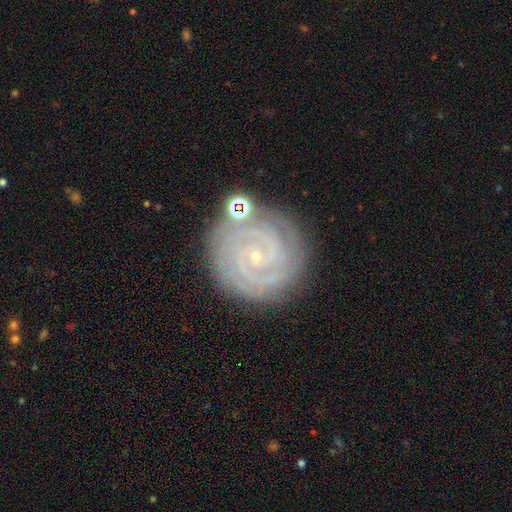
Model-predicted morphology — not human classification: Smooth or featured?
  - featured or disk: 89% *
  - star or artifact: 6%
  - smooth: 5%
Edge-on disk?
  - no: 98% *
  - yes: 2%
Bar?
  - no: 70% *
  - weak: 22%
  - strong: 8%
Spiral arms?
  - yes: 98% *
  - no: 2%
Spiral winding?
  - tight: 86% *
  - medium: 13%
  - loose: 2%
Spiral arm count?
  - 2: 43% *
  - 3: 23%
  - can't tell: 12%
  - 4: 11%
  - more than 4: 6%
  - 1: 5%
Bulge size?
  - small: 88% *
  - moderate: 8%
  - none: 2%
  - large: 1%
  - dominant: 1%
Merging?
  - none: 81% *
  - minor disturbance: 12%
  - major disturbance: 3%
  - merger: 3%